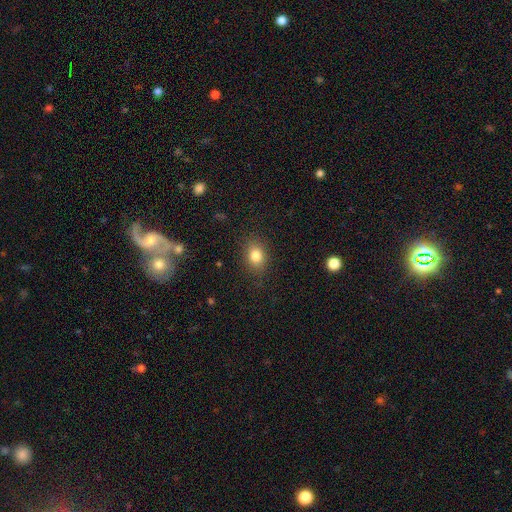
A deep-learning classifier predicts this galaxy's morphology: Smooth or featured? smooth (82%)
How rounded? in between (63%)
Merging? none (86%)